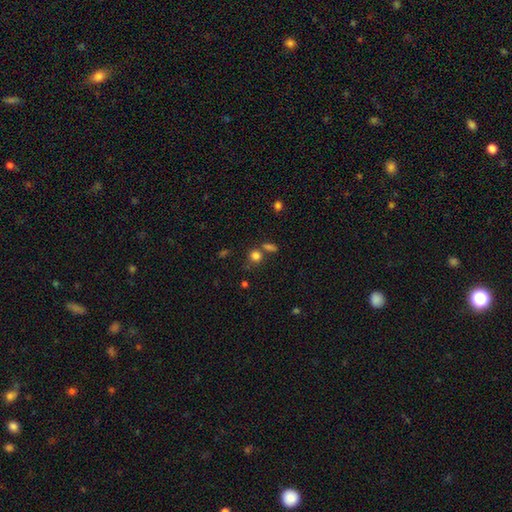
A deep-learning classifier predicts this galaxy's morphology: Q: Smooth or featured?
A: smooth (79%); runner-up: star or artifact (15%)
Q: How rounded?
A: round (82%); runner-up: in between (16%)
Q: Merging?
A: none (63%); runner-up: merger (20%)